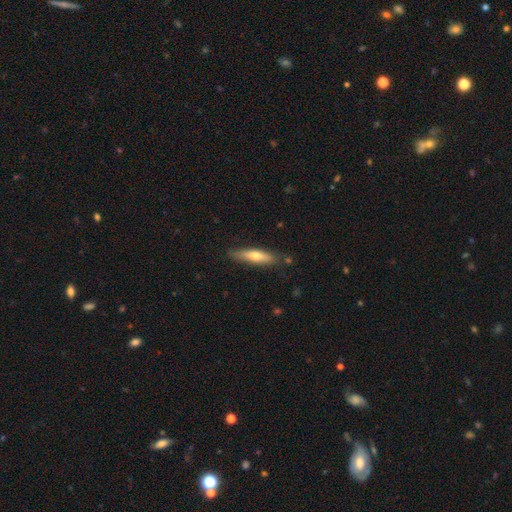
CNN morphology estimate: A smooth galaxy with no disk features (56%) that is cigar-shaped (81%).

Vote fractions:
- Smooth or featured? smooth: 56% / featured or disk: 38% / star or artifact: 6%
- How rounded? cigar-shaped: 81% / in between: 18% / round: 2%
- Merging? none: 84% / minor disturbance: 12% / major disturbance: 2% / merger: 2%